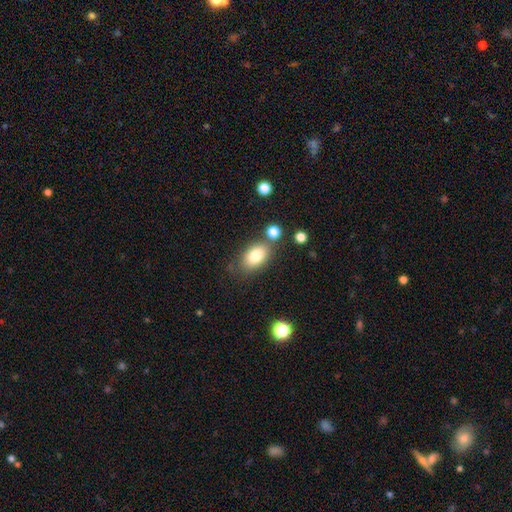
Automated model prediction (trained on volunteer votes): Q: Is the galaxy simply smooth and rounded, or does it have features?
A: smooth — 81%.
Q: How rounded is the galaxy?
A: in between — 88%.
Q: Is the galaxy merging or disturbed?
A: none — 71%.